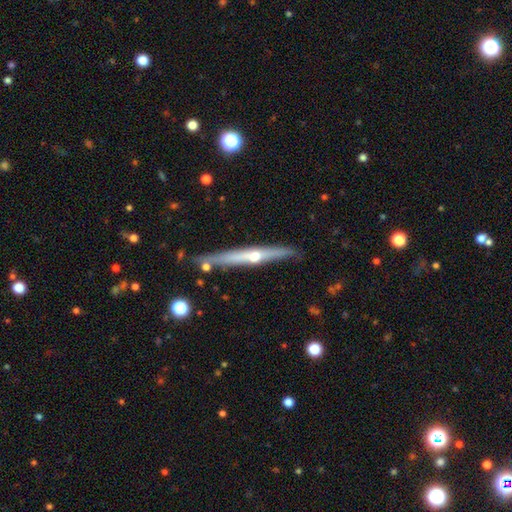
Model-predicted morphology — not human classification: Smooth or featured? Predicted: featured or disk (p=0.72). Edge-on disk? Predicted: yes (p=0.96). Edge-on bulge? Predicted: rounded (p=0.81). Merging? Predicted: none (p=0.86).